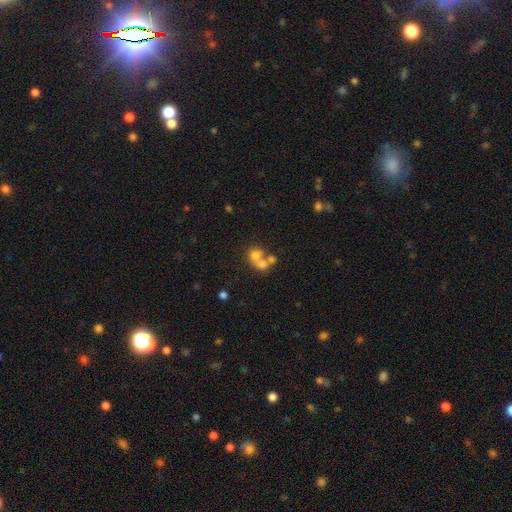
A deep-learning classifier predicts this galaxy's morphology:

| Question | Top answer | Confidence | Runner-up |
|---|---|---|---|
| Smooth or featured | smooth | 62% | featured or disk (24%) |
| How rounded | round | 60% | in between (39%) |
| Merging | merger | 64% | none (24%) |